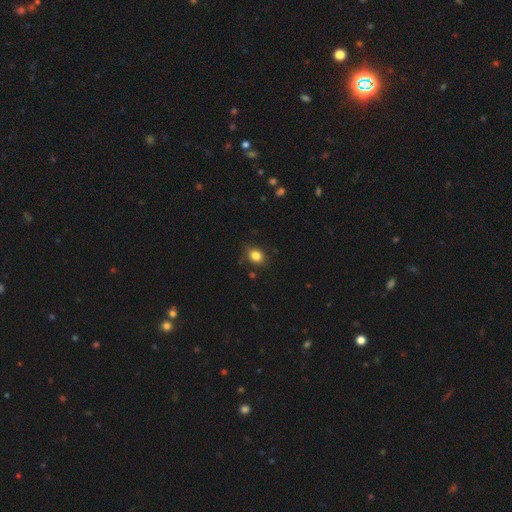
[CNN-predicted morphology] The model was most divided on "how rounded": in between: 51%, round: 47%, cigar-shaped: 1%. More confident: smooth or featured — smooth (84%); merging — none (80%).